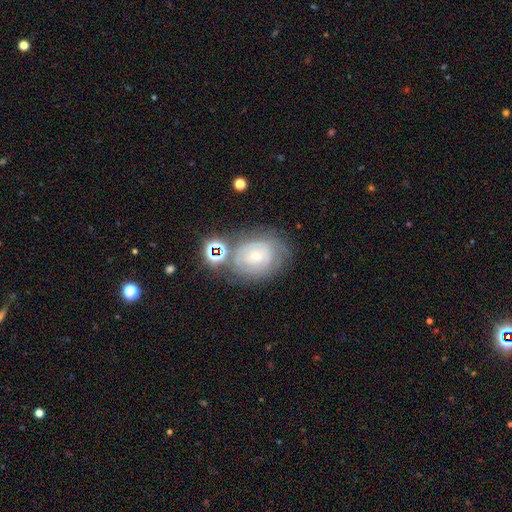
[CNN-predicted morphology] This appears to be a featured or disk galaxy (61%) with no bar (79%), spiral arms (72%) and a small central bulge (77%). Merging: none (59%).